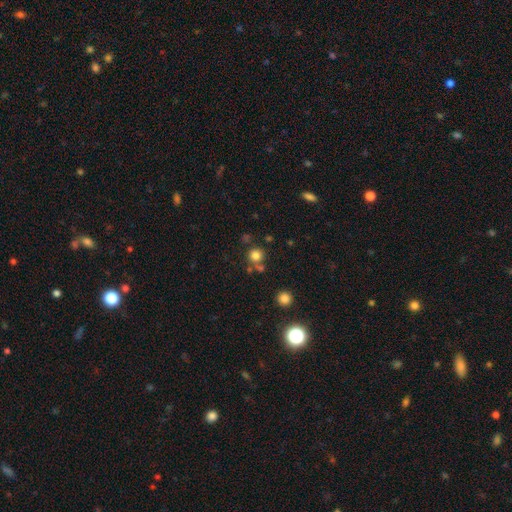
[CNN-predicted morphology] This appears to be a smooth galaxy with no disk features (78%) that is round (91%). Merging: none (70%).